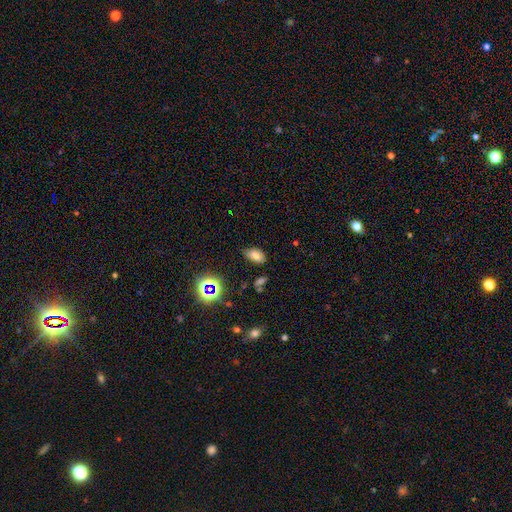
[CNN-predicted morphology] Smooth or featured: smooth — 70% (star or artifact — 20%)
How rounded: in between — 91% (round — 7%)
Merging: none — 78% (minor disturbance — 16%)